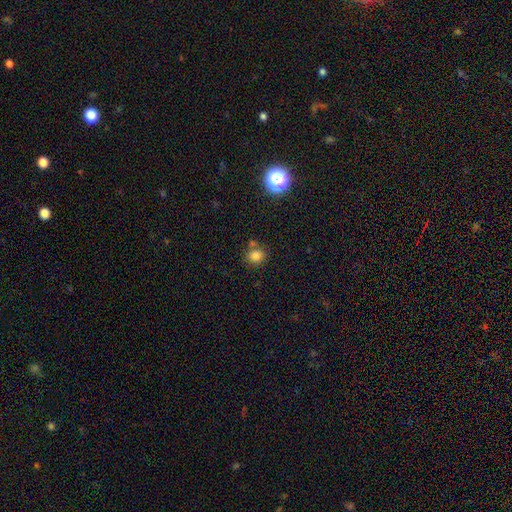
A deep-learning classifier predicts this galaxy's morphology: This is clearly a smooth galaxy (81%). How rounded: clearly round (80%). Merging: likely none (70%).